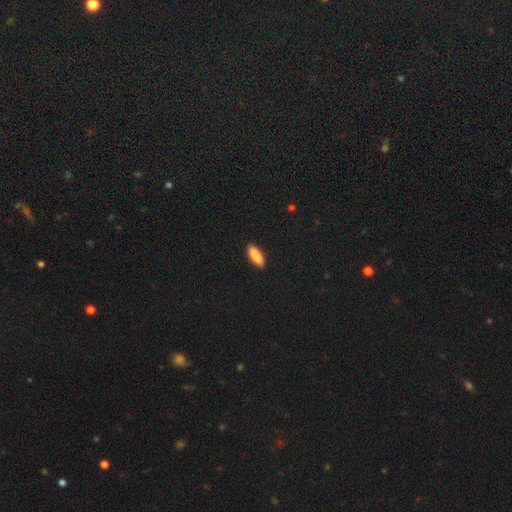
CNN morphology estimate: Smooth or featured? Predicted: smooth (p=0.89). How rounded? Predicted: in between (p=0.50). Merging? Predicted: none (p=0.90).